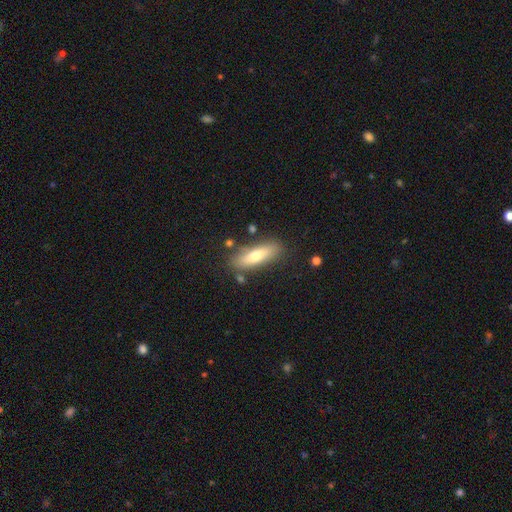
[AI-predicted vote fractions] Q: Smooth or featured?
A: smooth (66%); runner-up: featured or disk (27%)
Q: How rounded?
A: cigar-shaped (49%); tied with: in between (49%)
Q: Merging?
A: none (80%); runner-up: minor disturbance (13%)